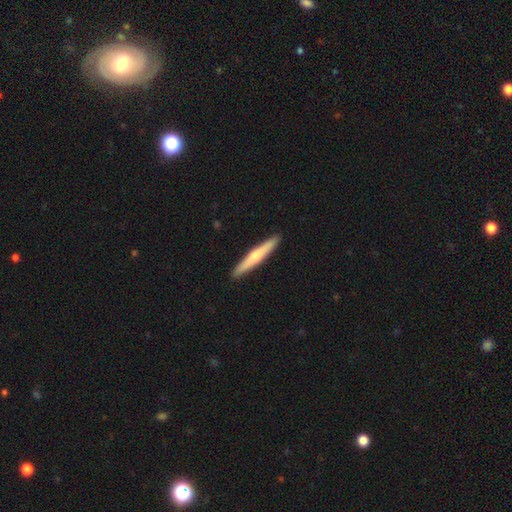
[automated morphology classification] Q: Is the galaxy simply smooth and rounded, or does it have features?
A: smooth — 53%.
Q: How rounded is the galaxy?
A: cigar-shaped — 94%.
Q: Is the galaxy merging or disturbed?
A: none — 92%.